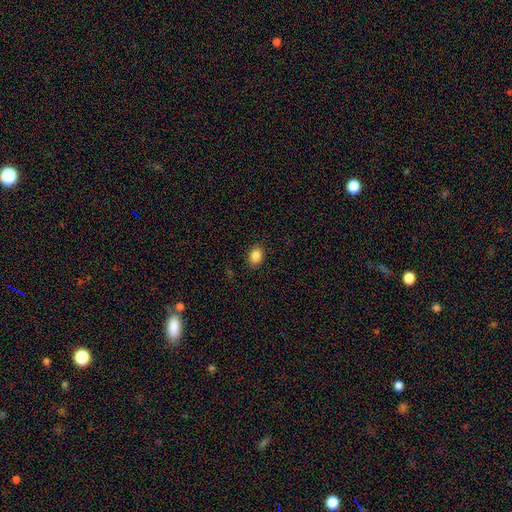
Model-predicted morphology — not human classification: This appears to be a smooth galaxy with no disk features (86%) that is in between round and cigar-shaped (72%). Merging: none (88%).